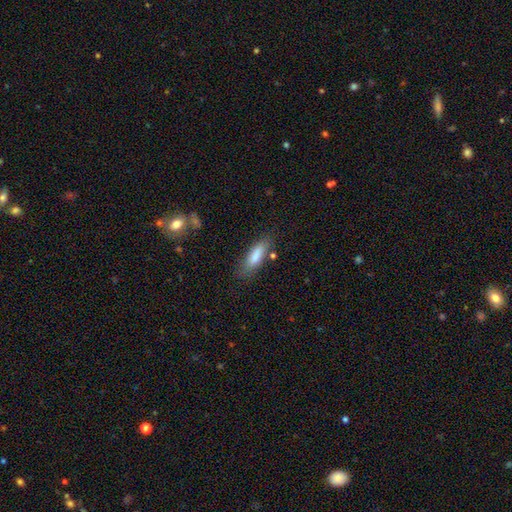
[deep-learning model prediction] smooth_or_featured: smooth (p=0.82) [alt: featured or disk p=0.11]
how_rounded: cigar-shaped (p=0.51) [alt: in between p=0.47]
merging: none (p=0.73) [alt: minor disturbance p=0.17]